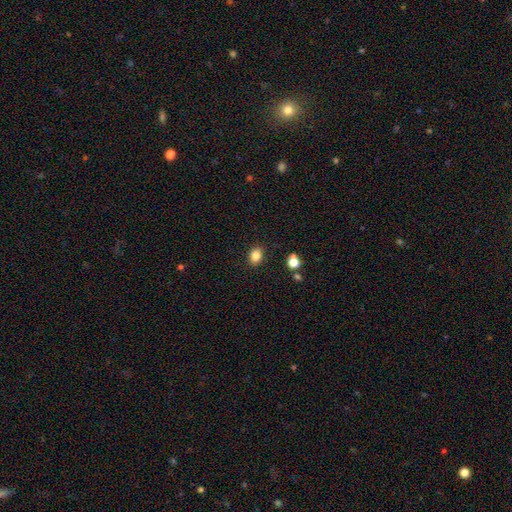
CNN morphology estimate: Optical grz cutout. It shows a smooth galaxy with no disk features (84%) that is in between round and cigar-shaped (60%). Merging: none (88%).